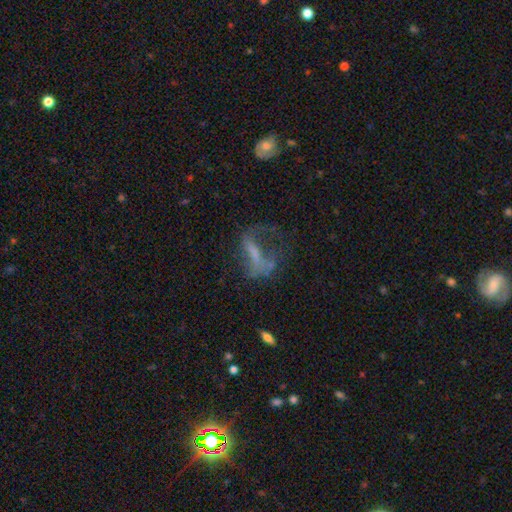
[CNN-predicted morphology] featured or disk 53%, smooth 29%, star or artifact 18%. Down the decision tree: edge-on disk — no (89%); merging — major disturbance (47%).